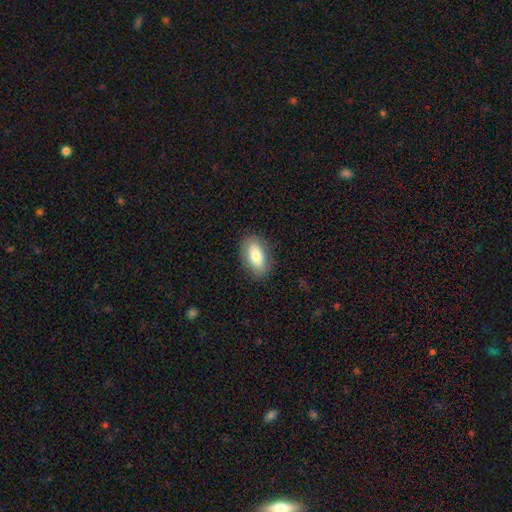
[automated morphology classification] smooth 75%, featured or disk 18%, star or artifact 7%. Down the decision tree: how rounded — in between (92%); merging — none (84%).